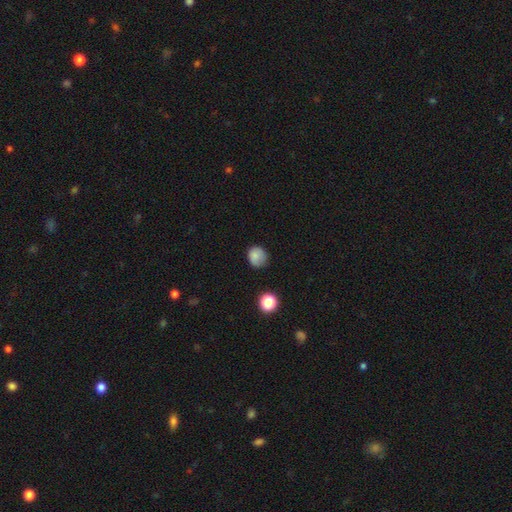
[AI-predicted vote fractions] Smooth or featured? smooth (82%)
How rounded? round (75%)
Merging? none (70%)